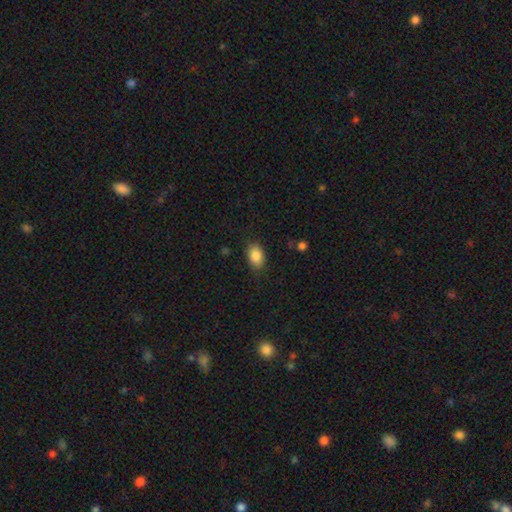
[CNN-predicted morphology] smooth-or-featured: smooth: 87% | star or artifact: 8% | featured or disk: 5%
  how-rounded: in between: 86% | round: 13% | cigar-shaped: 1%
  merging: none: 84% | minor disturbance: 12% | major disturbance: 3% | merger: 1%